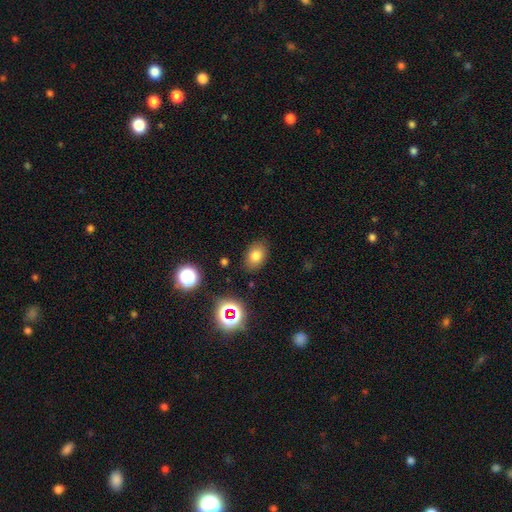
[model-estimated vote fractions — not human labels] Q: Smooth or featured?
A: smooth (76%); runner-up: star or artifact (14%)
Q: How rounded?
A: in between (78%); runner-up: round (21%)
Q: Merging?
A: none (85%); runner-up: minor disturbance (10%)